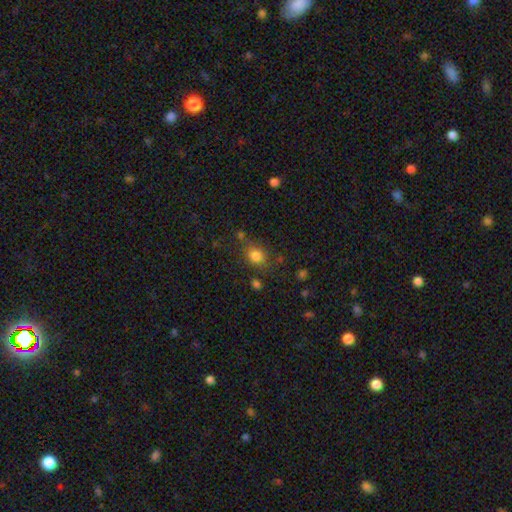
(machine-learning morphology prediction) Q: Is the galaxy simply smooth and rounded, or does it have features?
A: smooth — 81%.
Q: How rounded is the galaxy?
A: round — 61%.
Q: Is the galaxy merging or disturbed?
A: none — 68%.